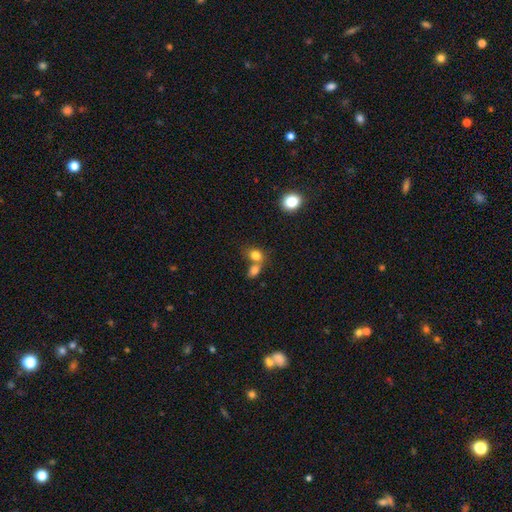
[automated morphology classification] This is clearly a smooth galaxy (80%). How rounded: possibly in between (55%). Merging: possibly merger (53%).